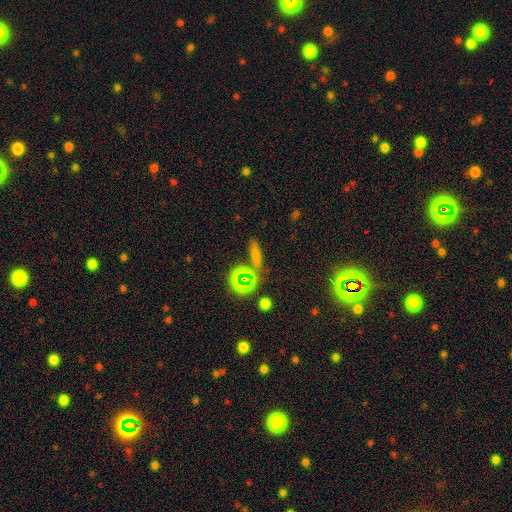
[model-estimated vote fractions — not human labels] A smooth galaxy with no disk features (57%) that is cigar-shaped (61%). Merging: none (74%).